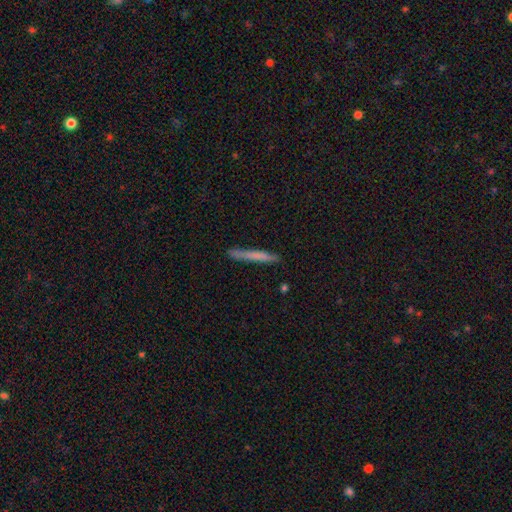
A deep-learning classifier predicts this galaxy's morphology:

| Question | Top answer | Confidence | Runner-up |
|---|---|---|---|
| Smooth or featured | smooth | 68% | featured or disk (26%) |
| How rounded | cigar-shaped | 96% | in between (3%) |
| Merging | none | 85% | minor disturbance (11%) |